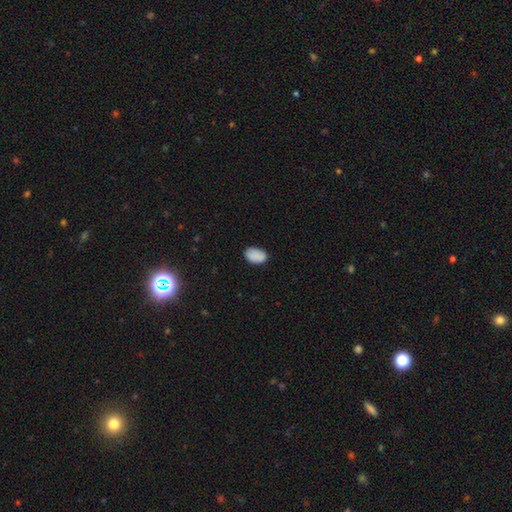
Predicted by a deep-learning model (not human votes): Smooth or featured? smooth (87%)
How rounded? in between (90%)
Merging? none (80%)